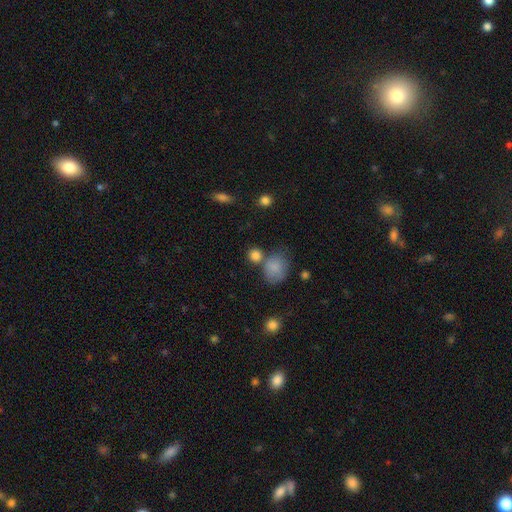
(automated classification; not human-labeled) Smooth or featured: smooth — 83% (star or artifact — 11%)
How rounded: round — 81% (in between — 18%)
Merging: none — 60% (merger — 26%)